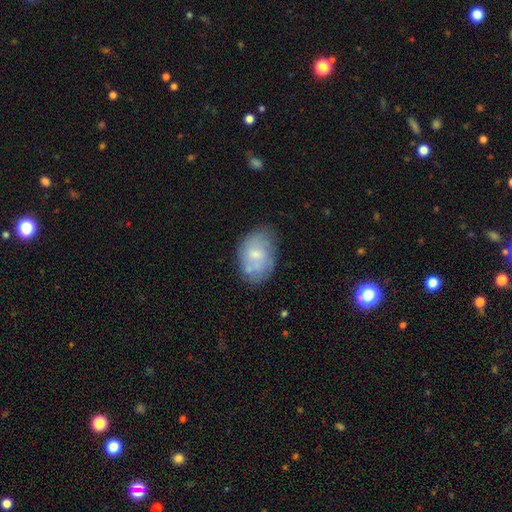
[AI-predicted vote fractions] smooth-or-featured: smooth: 52% | featured or disk: 40% | star or artifact: 8%
  how-rounded: in between: 83% | round: 16% | cigar-shaped: 1%
  merging: none: 61% | minor disturbance: 25% | major disturbance: 8% | merger: 6%